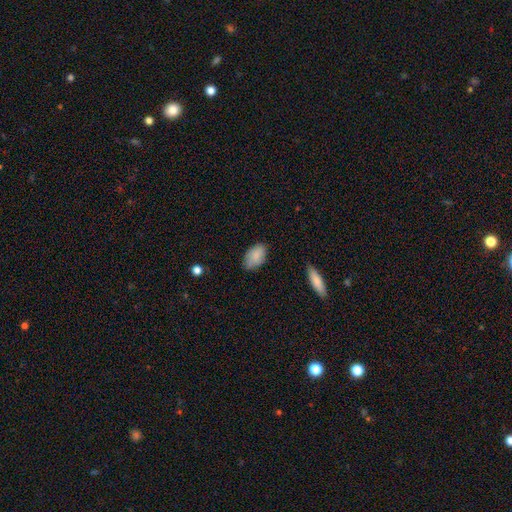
A smooth galaxy with no disk features (90%) that is in between round and cigar-shaped (89%).

Vote fractions:
- Smooth or featured? smooth: 90% / featured or disk: 8% / star or artifact: 3%
- How rounded? in between: 89% / round: 9% / cigar-shaped: 3%
- Merging? none: 79% / minor disturbance: 18% / major disturbance: 3% / merger: 0%